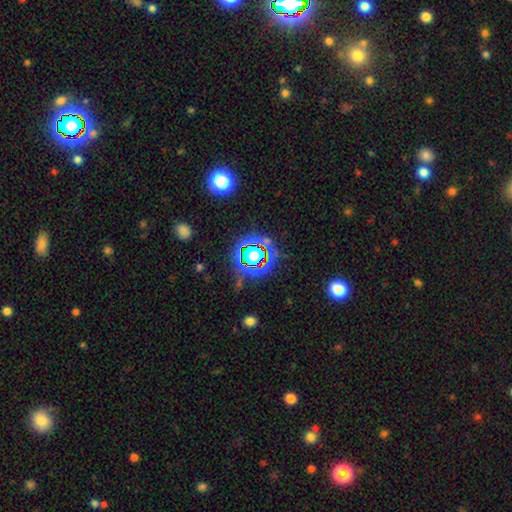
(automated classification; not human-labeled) Smooth or featured? Predicted: star or artifact (p=0.77).